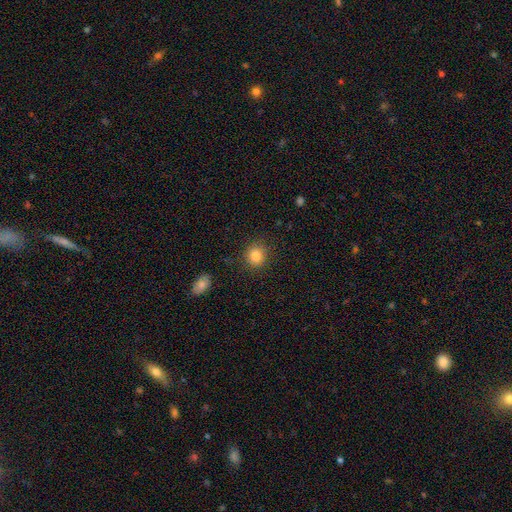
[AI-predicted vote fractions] Smooth or featured?
  - smooth: 85% *
  - star or artifact: 10%
  - featured or disk: 5%
How rounded?
  - round: 79% *
  - in between: 20%
  - cigar-shaped: 1%
Merging?
  - none: 86% *
  - minor disturbance: 9%
  - major disturbance: 3%
  - merger: 2%